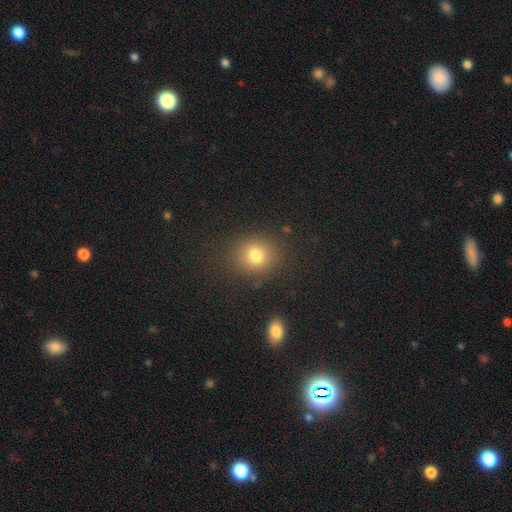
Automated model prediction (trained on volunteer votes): The model was most divided on "how rounded": round: 74%, in between: 25%, cigar-shaped: 1%. More confident: merging — none (84%); smooth or featured — smooth (78%).